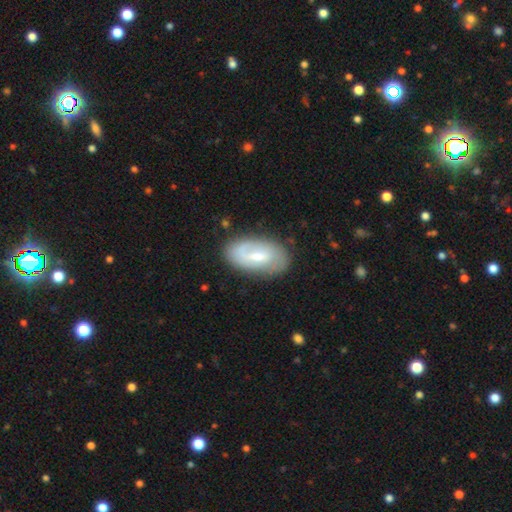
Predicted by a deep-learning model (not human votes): featured or disk 59%, smooth 34%, star or artifact 6%. Down the decision tree: edge-on disk — no (94%); bar — weak (55%); spiral arms — yes (73%); bulge size — moderate (48%); merging — none (79%).